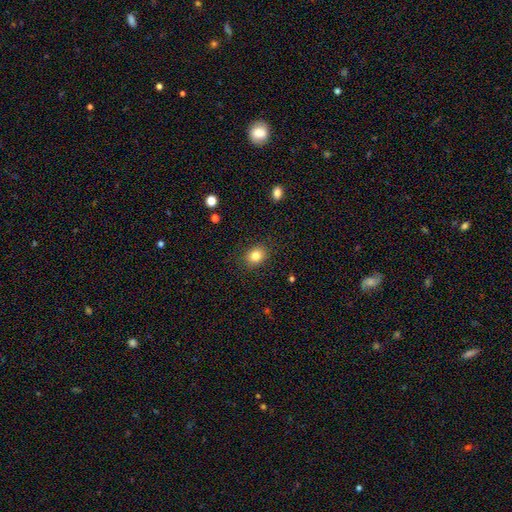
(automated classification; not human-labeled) A smooth galaxy with no disk features (82%) that is round (54%).

Vote fractions:
- Smooth or featured? smooth: 82% / star or artifact: 10% / featured or disk: 7%
- How rounded? round: 54% / in between: 45% / cigar-shaped: 1%
- Merging? none: 86% / minor disturbance: 10% / major disturbance: 3% / merger: 1%